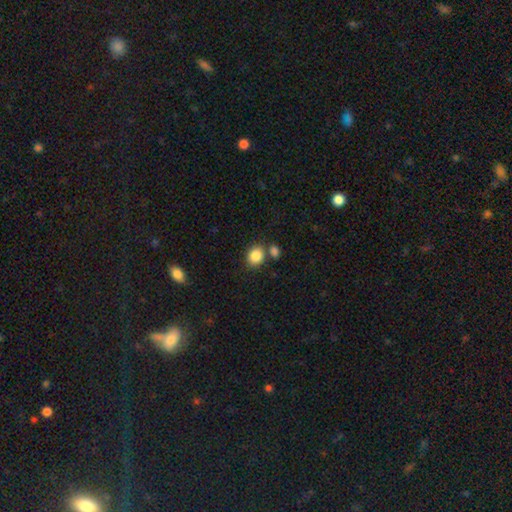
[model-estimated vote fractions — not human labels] This is clearly a smooth galaxy (87%). How rounded: possibly round (59%). Merging: likely none (68%).